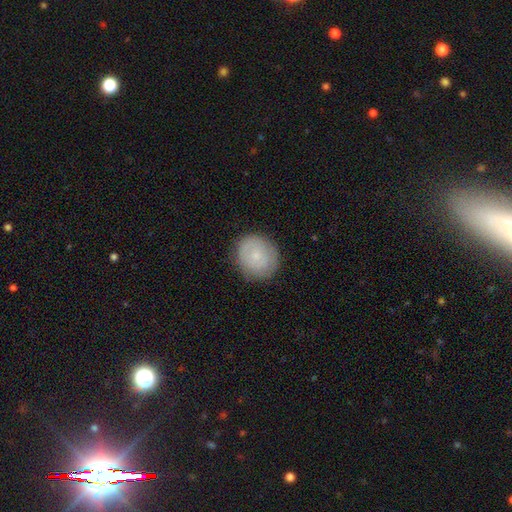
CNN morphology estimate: smooth_or_featured: smooth (p=0.69) [alt: featured or disk p=0.24]
how_rounded: round (p=0.82) [alt: in between p=0.17]
merging: none (p=0.84) [alt: minor disturbance p=0.12]